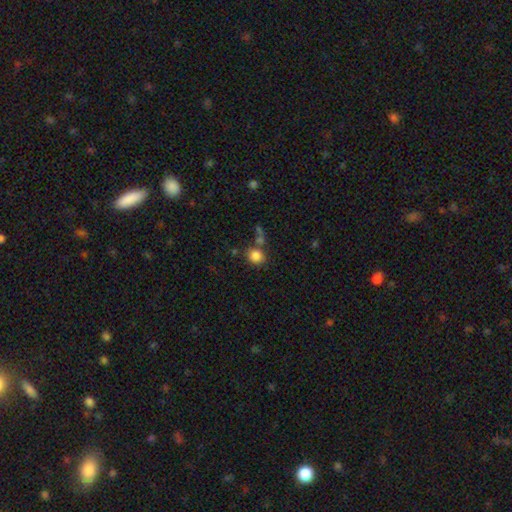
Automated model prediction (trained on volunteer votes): smooth-or-featured: smooth: 84% | star or artifact: 11% | featured or disk: 6%
  how-rounded: round: 78% | in between: 21% | cigar-shaped: 1%
  merging: none: 66% | merger: 16% | minor disturbance: 12% | major disturbance: 5%